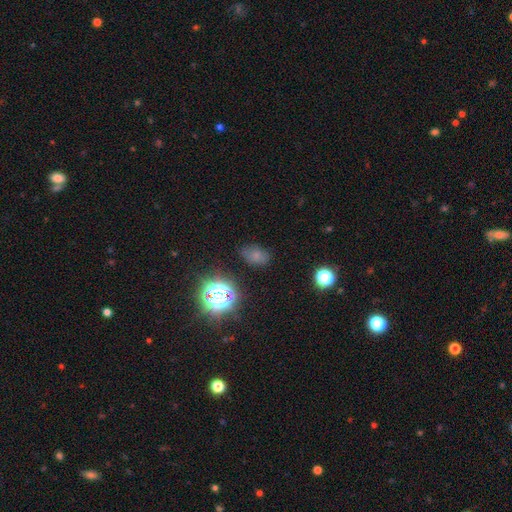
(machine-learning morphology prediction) Overall: smooth (60%; star or artifact 29%). How rounded: in between (79%). Merging: none (75%).